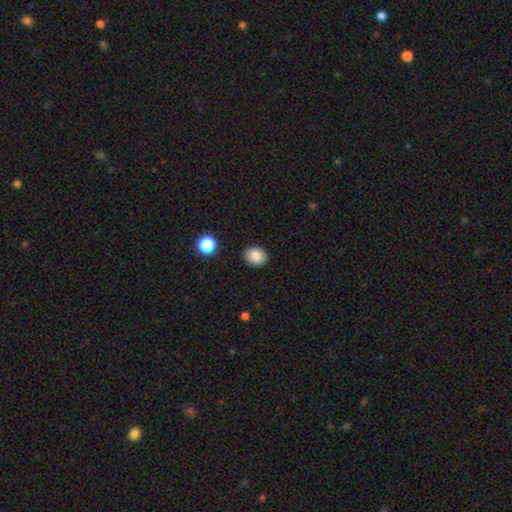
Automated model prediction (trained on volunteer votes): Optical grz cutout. It shows a smooth galaxy with no disk features (85%) that is round (60%). Merging: none (89%).